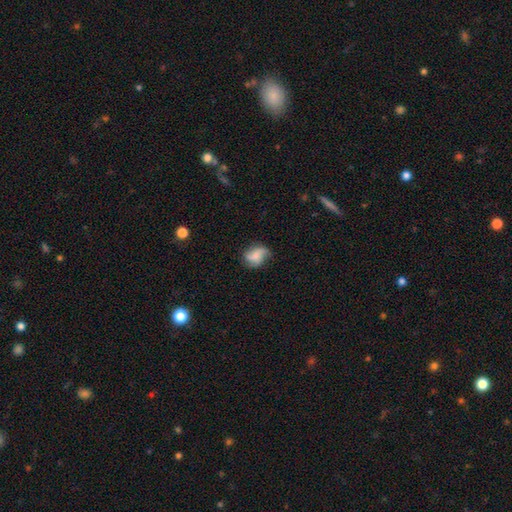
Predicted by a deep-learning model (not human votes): smooth-or-featured: smooth: 54% | featured or disk: 37% | star or artifact: 9%
  how-rounded: in between: 61% | round: 37% | cigar-shaped: 2%
  merging: none: 58% | minor disturbance: 28% | major disturbance: 12% | merger: 2%